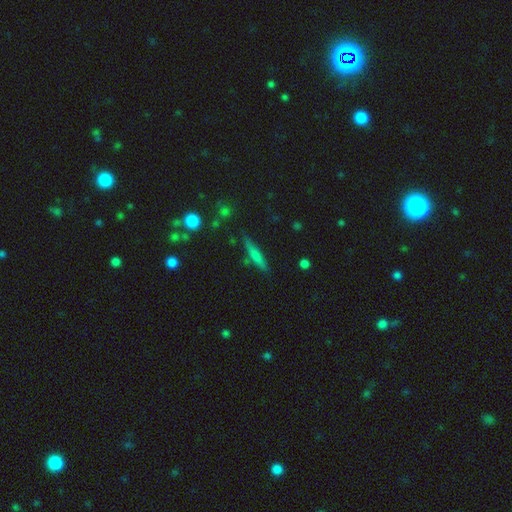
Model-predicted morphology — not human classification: type=smooth (59%); roundness=cigar-shaped (89%); merging=none (82%).